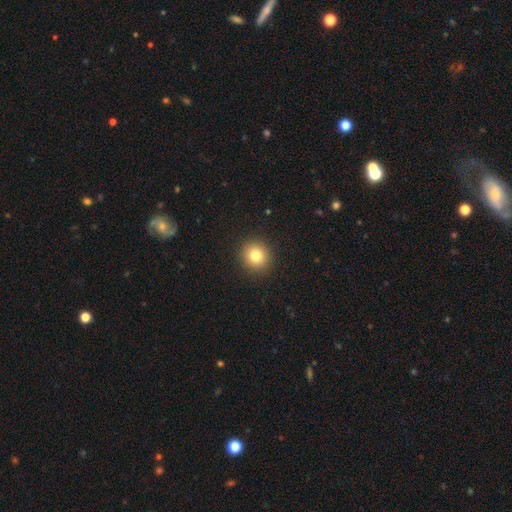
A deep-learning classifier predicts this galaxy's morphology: Overall: smooth (82%). How rounded: round (90%). Merging: none (92%).